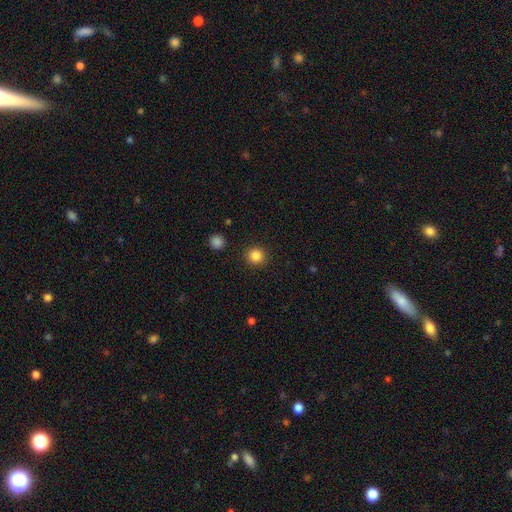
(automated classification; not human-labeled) This is clearly a smooth galaxy (85%). How rounded: clearly round (93%). Merging: clearly none (92%).